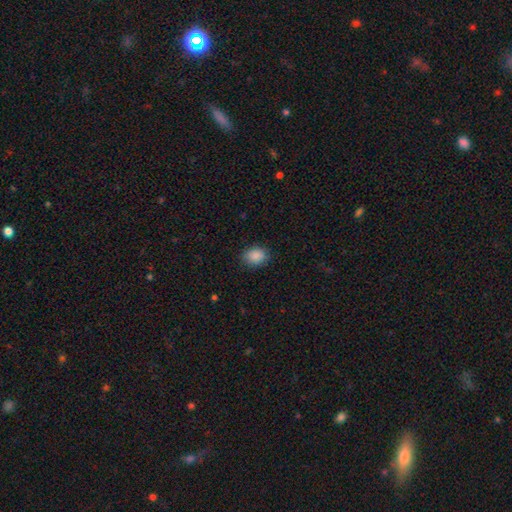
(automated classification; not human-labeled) This is clearly a smooth galaxy (89%). How rounded: likely in between (61%). Merging: clearly none (84%).